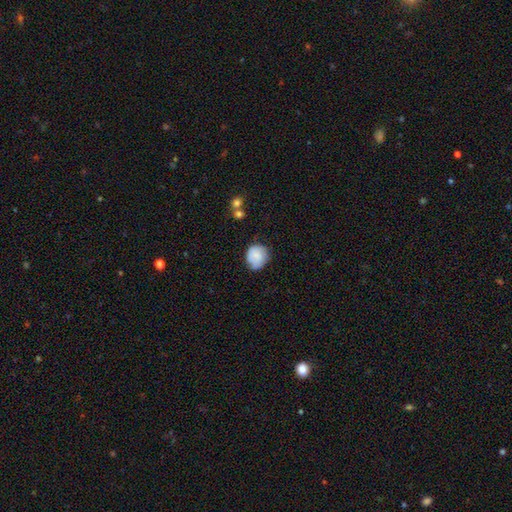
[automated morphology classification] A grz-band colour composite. It shows a smooth galaxy with no disk features (80%) that is round (74%). Merging: none (66%).